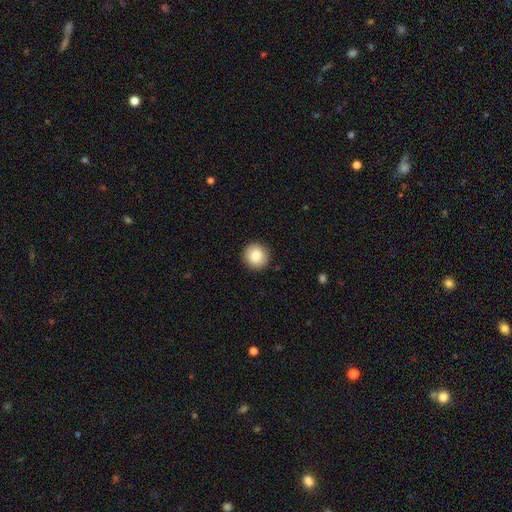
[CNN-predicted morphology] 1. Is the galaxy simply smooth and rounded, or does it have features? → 83% smooth, 9% featured or disk, 8% star or artifact.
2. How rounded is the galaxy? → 94% round, 5% in between, 1% cigar-shaped.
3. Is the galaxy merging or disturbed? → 92% none, 5% minor disturbance, 2% major disturbance, 1% merger.